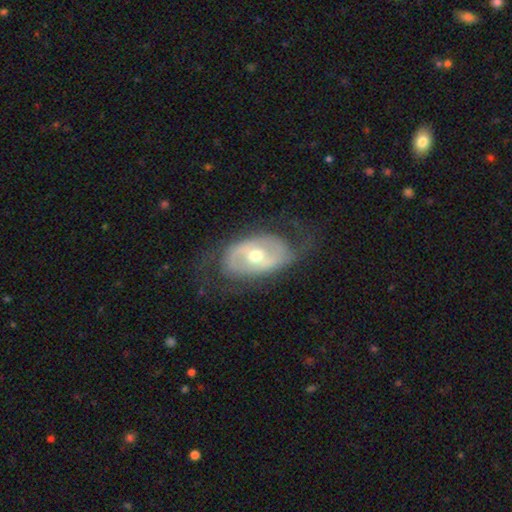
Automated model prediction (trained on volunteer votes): Smooth or featured? Predicted: featured or disk (p=0.73). Edge-on disk? Predicted: no (p=0.93). Bar? Predicted: no (p=0.46). Spiral arms? Predicted: yes (p=0.66). Bulge size? Predicted: moderate (p=0.66). Merging? Predicted: none (p=0.65).